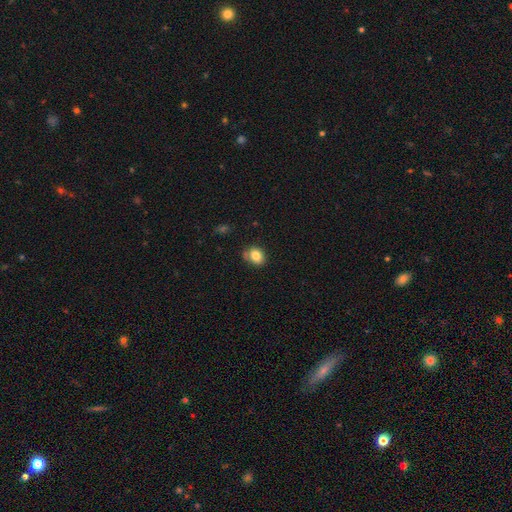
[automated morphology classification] type=smooth (82%); roundness=round (52%); merging=none (72%).